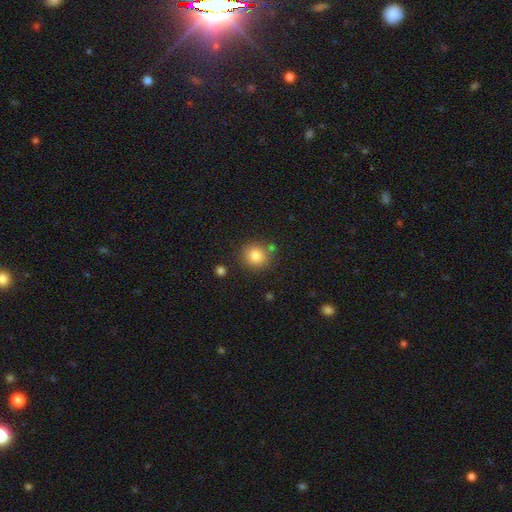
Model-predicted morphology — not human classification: smooth_or_featured: smooth (p=0.82) [alt: star or artifact p=0.11]
how_rounded: round (p=0.89) [alt: in between p=0.10]
merging: none (p=0.82) [alt: minor disturbance p=0.10]